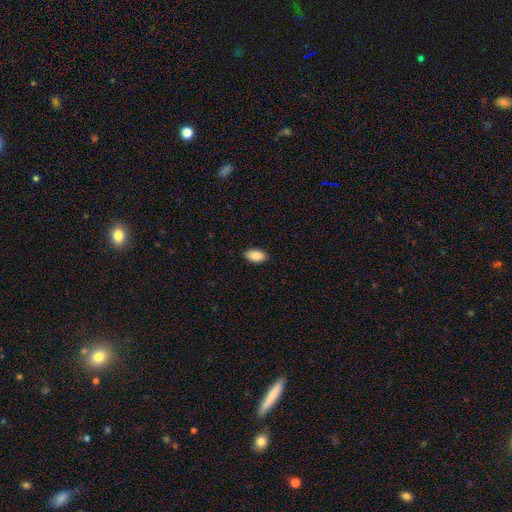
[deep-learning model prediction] smooth 89%, star or artifact 7%, featured or disk 4%. Down the decision tree: how rounded — in between (94%); merging — none (88%).